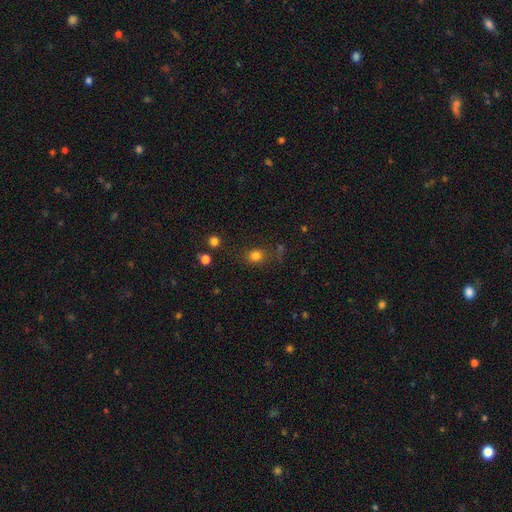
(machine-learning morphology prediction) Smooth or featured? Predicted: smooth (p=0.80). How rounded? Predicted: round (p=0.73). Merging? Predicted: none (p=0.74).